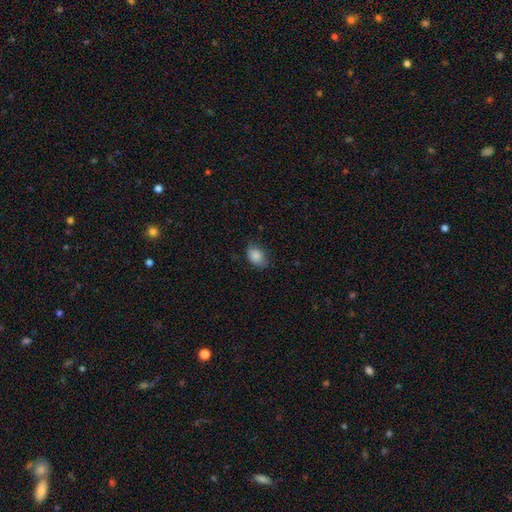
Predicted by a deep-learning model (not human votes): Smooth or featured?
  - smooth: 85% *
  - star or artifact: 8%
  - featured or disk: 7%
How rounded?
  - in between: 80% *
  - round: 19%
  - cigar-shaped: 1%
Merging?
  - none: 71% *
  - minor disturbance: 23%
  - major disturbance: 4%
  - merger: 1%